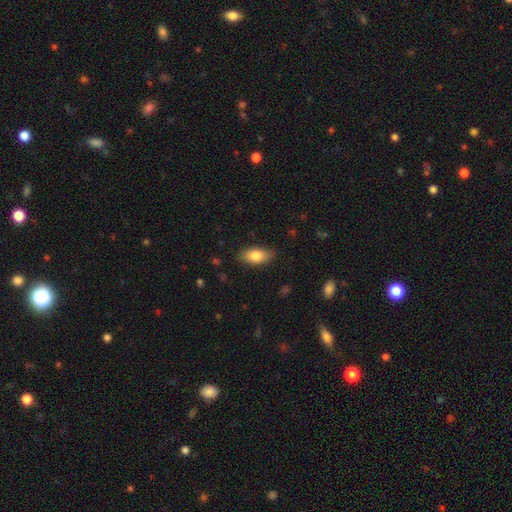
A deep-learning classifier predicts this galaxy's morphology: This is clearly a smooth galaxy (81%). How rounded: clearly in between (87%). Merging: clearly none (85%).